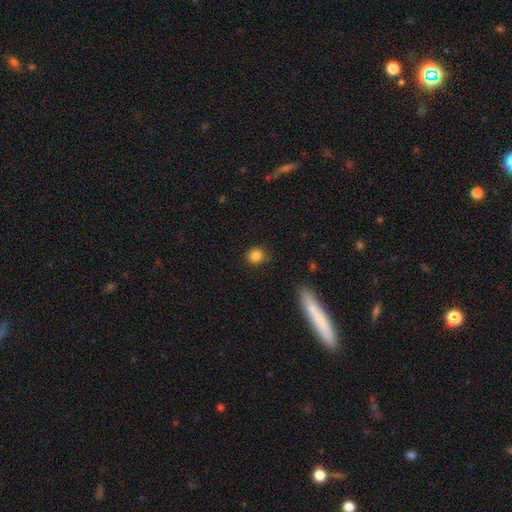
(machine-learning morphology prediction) smooth_or_featured: smooth (p=0.85) [alt: star or artifact p=0.10]
how_rounded: round (p=0.81) [alt: in between p=0.17]
merging: none (p=0.81) [alt: minor disturbance p=0.14]